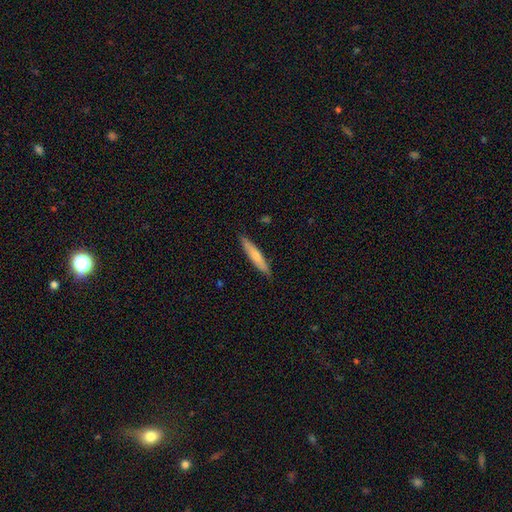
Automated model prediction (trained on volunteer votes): Smooth or featured? smooth (67%)
How rounded? cigar-shaped (91%)
Merging? none (88%)